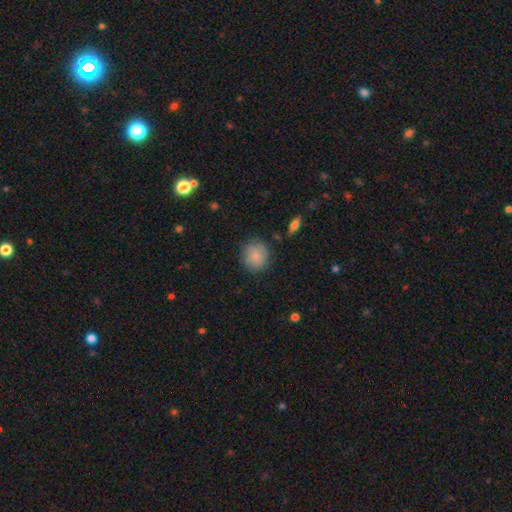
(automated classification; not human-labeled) Smooth or featured? Predicted: smooth (p=0.84). How rounded? Predicted: round (p=0.80). Merging? Predicted: none (p=0.82).